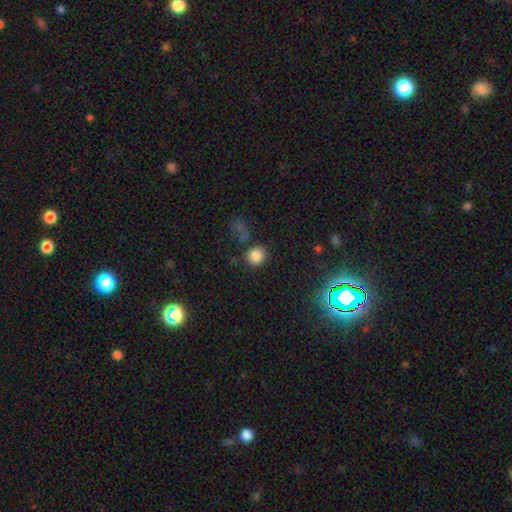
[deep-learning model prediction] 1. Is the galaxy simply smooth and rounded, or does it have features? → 84% smooth, 12% star or artifact, 4% featured or disk.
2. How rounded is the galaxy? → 85% round, 14% in between, 1% cigar-shaped.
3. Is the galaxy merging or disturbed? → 78% none, 11% minor disturbance, 6% merger, 5% major disturbance.